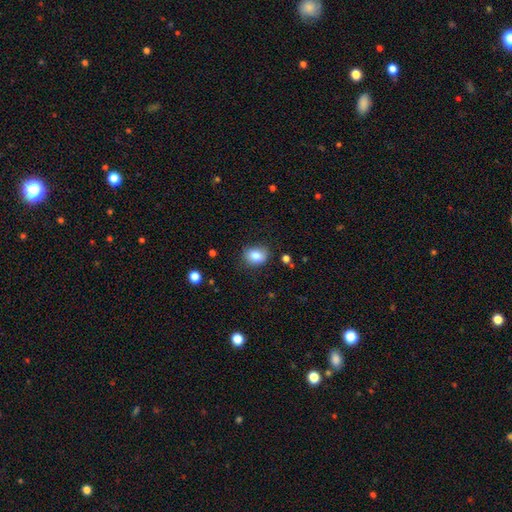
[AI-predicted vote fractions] Overall: smooth (83%). How rounded: in between (55%; round 44%). Merging: none (76%).